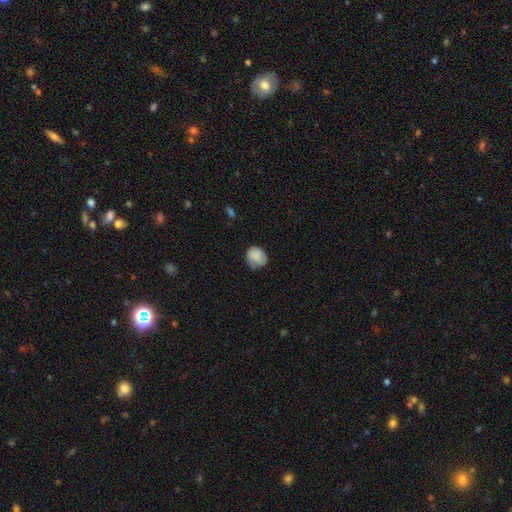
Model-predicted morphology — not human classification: Smooth or featured? Predicted: smooth (p=0.81). How rounded? Predicted: round (p=0.70). Merging? Predicted: none (p=0.54).